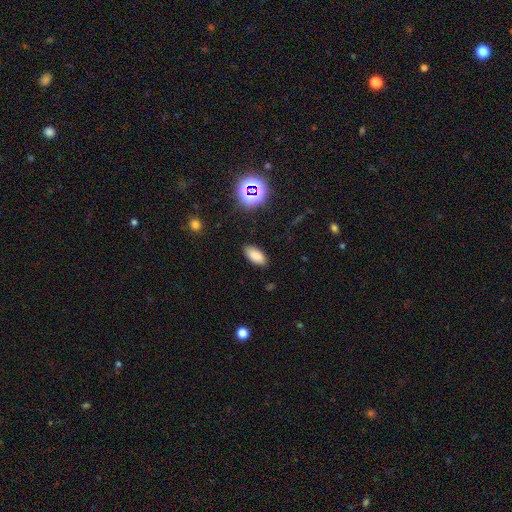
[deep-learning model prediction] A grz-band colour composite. It shows a smooth galaxy with no disk features (82%) that is in between round and cigar-shaped (92%). Merging: none (85%).